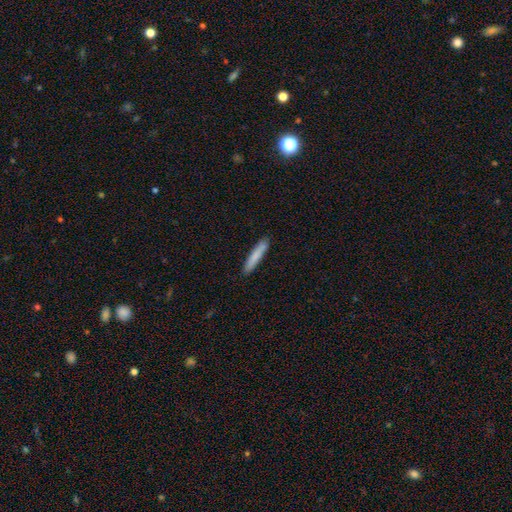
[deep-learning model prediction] Smooth or featured? Predicted: smooth (p=0.81). How rounded? Predicted: cigar-shaped (p=0.93). Merging? Predicted: none (p=0.89).